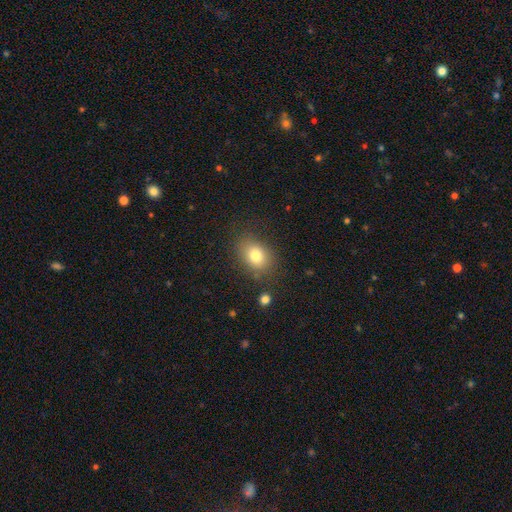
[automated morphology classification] smooth-or-featured: smooth: 79% | star or artifact: 10% | featured or disk: 10%
  how-rounded: in between: 68% | round: 31% | cigar-shaped: 1%
  merging: none: 77% | minor disturbance: 15% | major disturbance: 5% | merger: 3%